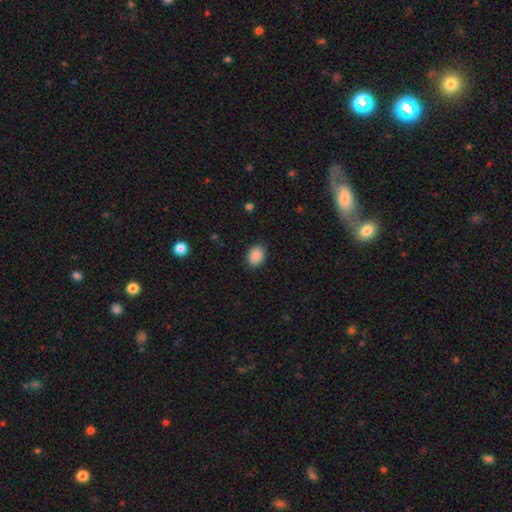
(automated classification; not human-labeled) A smooth galaxy with no disk features (89%) that is in between round and cigar-shaped (62%). Merging: none (88%).